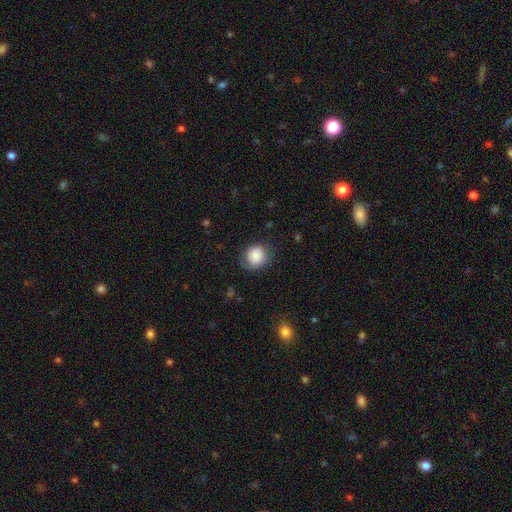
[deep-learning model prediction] smooth_or_featured: smooth (p=0.82) [alt: featured or disk p=0.10]
how_rounded: round (p=0.84) [alt: in between p=0.16]
merging: none (p=0.73) [alt: minor disturbance p=0.19]